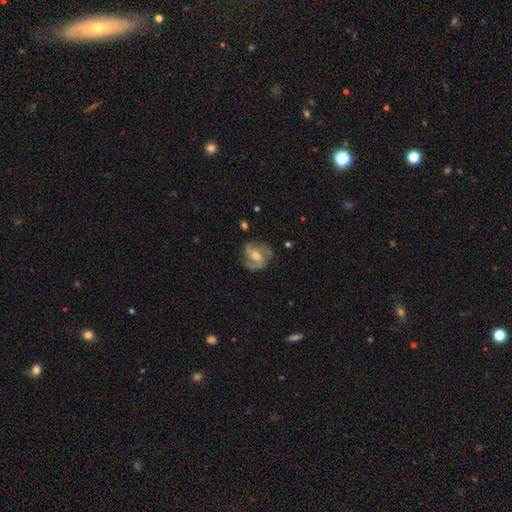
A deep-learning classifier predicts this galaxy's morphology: Overall: featured or disk (81%). Edge-on disk: no (97%). Bar: weak (43%; no 40%). Spiral arms: yes (94%). Spiral arm count: 2 (46%; 3 32%). Spiral winding: medium (51%; tight 31%). Bulge size: moderate (64%; small 29%). Merging: none (75%).